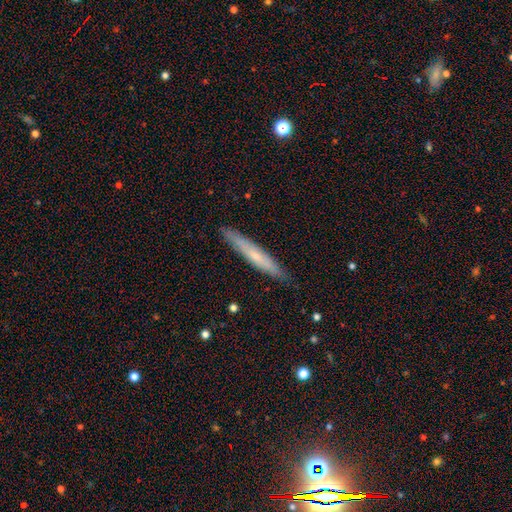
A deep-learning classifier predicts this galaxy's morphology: smooth_or_featured: smooth (p=0.53) [alt: featured or disk p=0.41]
how_rounded: cigar-shaped (p=0.95) [alt: in between p=0.04]
merging: none (p=0.88) [alt: minor disturbance p=0.10]